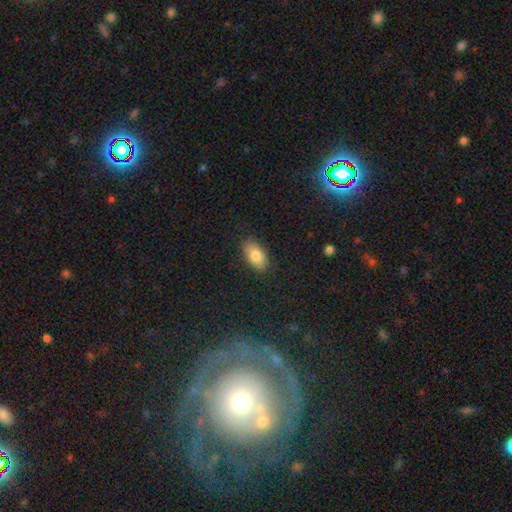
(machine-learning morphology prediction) smooth_or_featured: smooth (p=0.81) [alt: featured or disk p=0.11]
how_rounded: in between (p=0.93) [alt: round p=0.04]
merging: none (p=0.87) [alt: minor disturbance p=0.10]